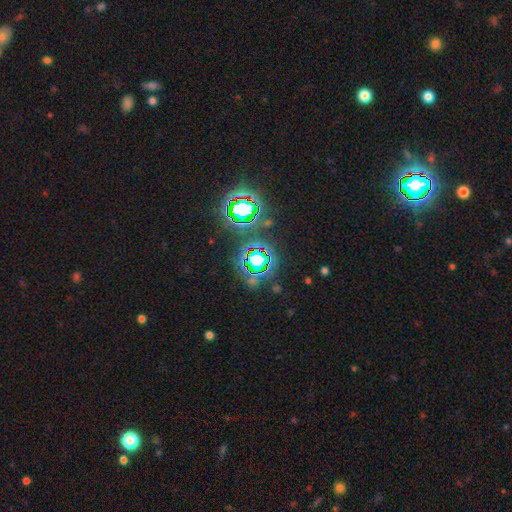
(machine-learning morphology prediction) This is likely a star or artifact rather than a galaxy (77%).